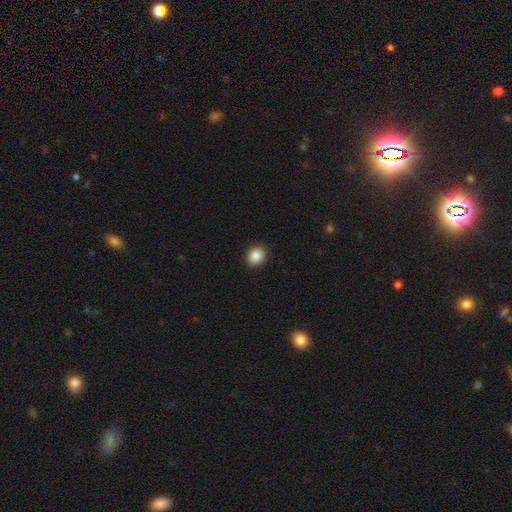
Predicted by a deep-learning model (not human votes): Overall: smooth (88%). How rounded: round (63%; in between 36%). Merging: none (91%).